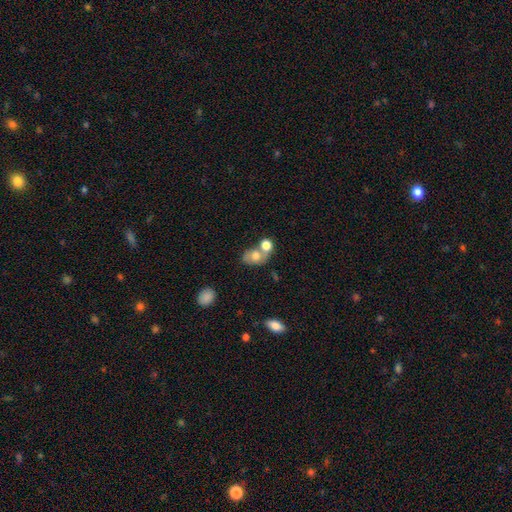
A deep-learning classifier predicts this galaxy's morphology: smooth_or_featured: smooth (p=0.71) [alt: featured or disk p=0.19]
how_rounded: in between (p=0.62) [alt: round p=0.37]
merging: merger (p=0.54) [alt: none p=0.30]